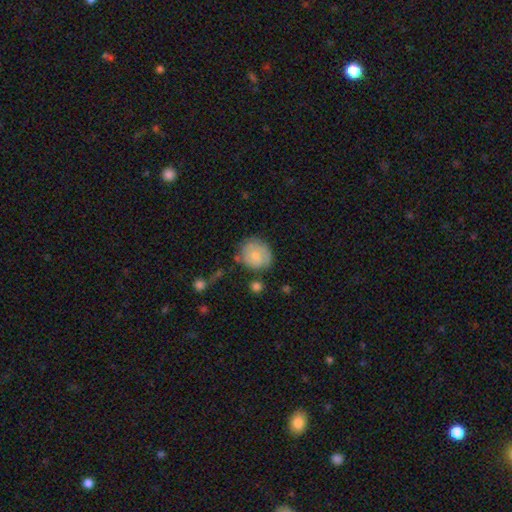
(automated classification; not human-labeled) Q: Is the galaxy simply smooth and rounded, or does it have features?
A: smooth — 69%.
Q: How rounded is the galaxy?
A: round — 79%.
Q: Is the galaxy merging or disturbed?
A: none — 63%.